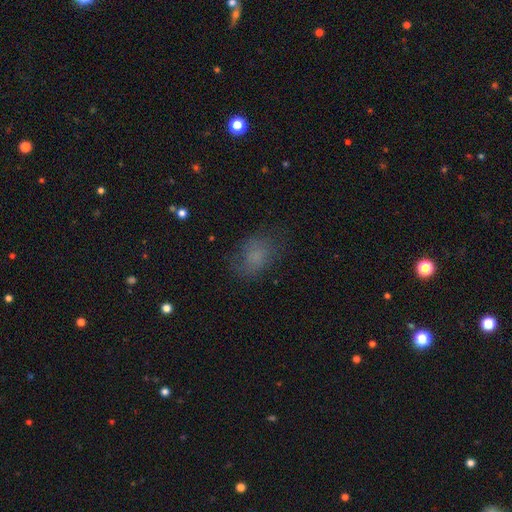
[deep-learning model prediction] Smooth or featured? smooth (71%)
How rounded? in between (69%)
Merging? none (65%)